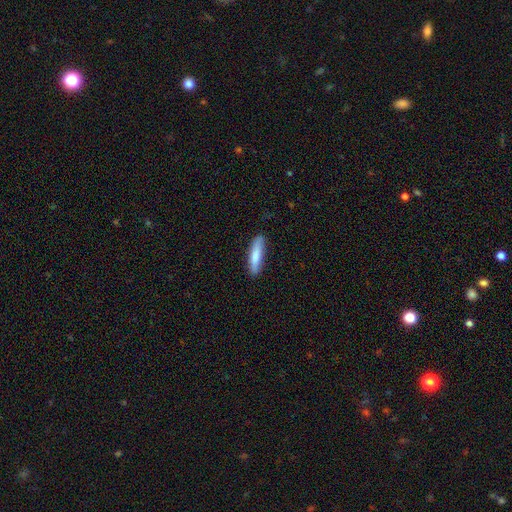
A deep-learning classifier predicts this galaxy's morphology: type=smooth (81%); roundness=cigar-shaped (78%); merging=none (83%).